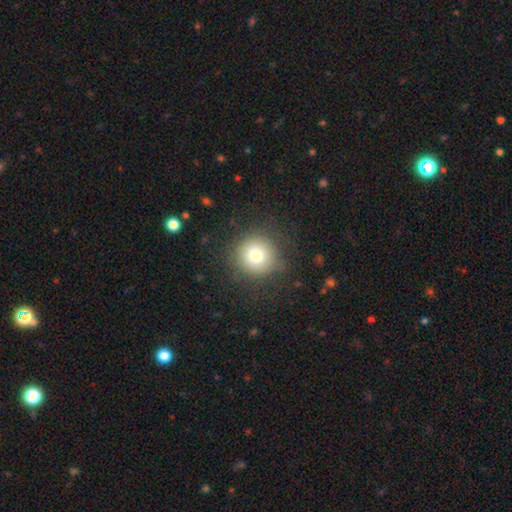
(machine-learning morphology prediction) Smooth or featured: smooth — 75% (star or artifact — 13%)
How rounded: round — 94% (in between — 5%)
Merging: none — 81% (minor disturbance — 12%)